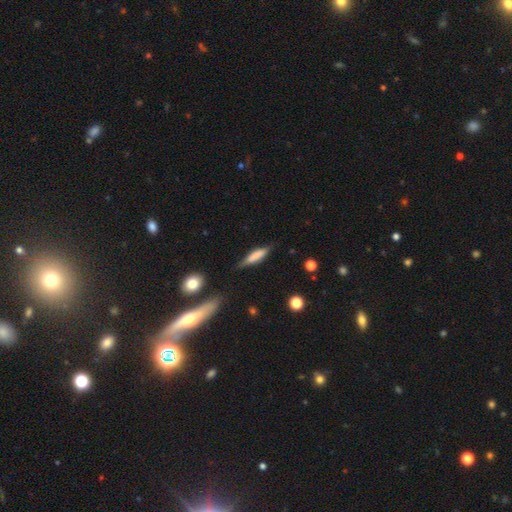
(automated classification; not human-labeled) A smooth galaxy with no disk features (65%) that is cigar-shaped (73%).

Vote fractions:
- Smooth or featured? smooth: 65% / featured or disk: 28% / star or artifact: 7%
- How rounded? cigar-shaped: 73% / in between: 25% / round: 2%
- Merging? none: 75% / minor disturbance: 18% / major disturbance: 5% / merger: 2%